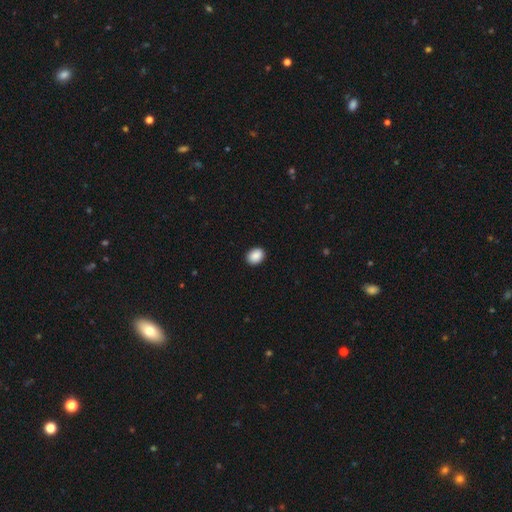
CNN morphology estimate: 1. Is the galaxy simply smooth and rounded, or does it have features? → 90% smooth, 8% star or artifact, 3% featured or disk.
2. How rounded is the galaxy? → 59% in between, 41% round, 1% cigar-shaped.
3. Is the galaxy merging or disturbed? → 91% none, 7% minor disturbance, 2% major disturbance, 1% merger.